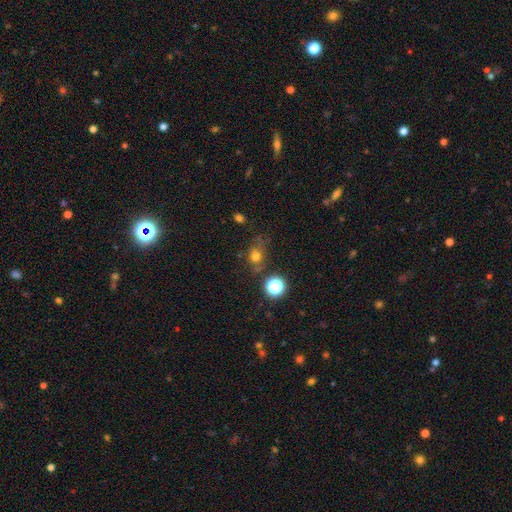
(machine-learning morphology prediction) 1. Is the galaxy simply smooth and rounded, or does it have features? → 69% smooth, 20% star or artifact, 11% featured or disk.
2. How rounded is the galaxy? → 60% round, 38% in between, 2% cigar-shaped.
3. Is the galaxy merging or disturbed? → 53% none, 25% minor disturbance, 14% major disturbance, 7% merger.